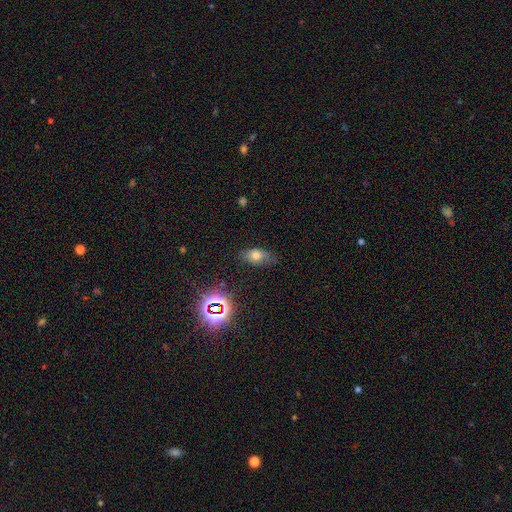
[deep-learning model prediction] A smooth galaxy with no disk features (68%) that is in between round and cigar-shaped (83%).

Vote fractions:
- Smooth or featured? smooth: 68% / star or artifact: 18% / featured or disk: 15%
- How rounded? in between: 83% / round: 12% / cigar-shaped: 5%
- Merging? none: 73% / minor disturbance: 20% / major disturbance: 5% / merger: 2%